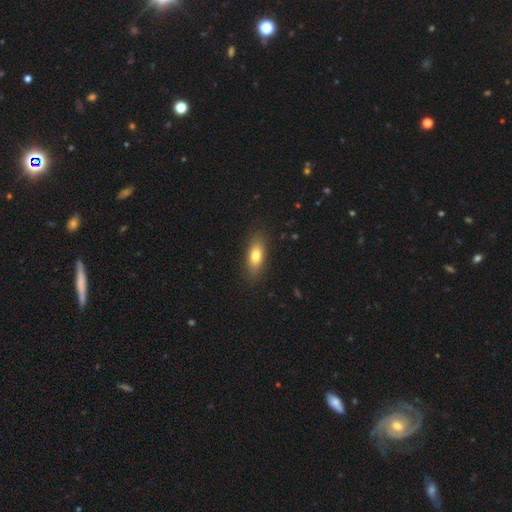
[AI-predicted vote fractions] This is likely a smooth galaxy (77%). How rounded: likely in between (74%). Merging: clearly none (86%).